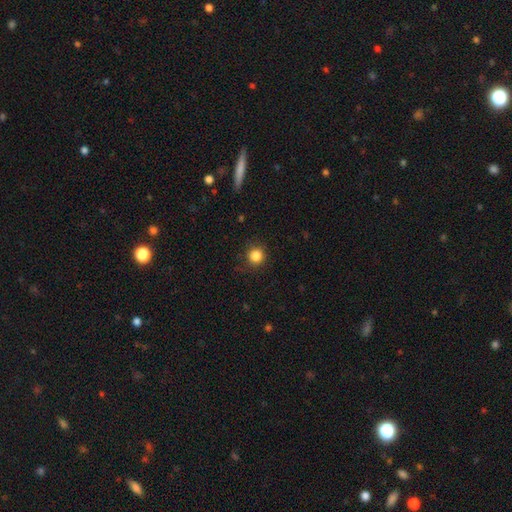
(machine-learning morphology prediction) This appears to be a smooth galaxy with no disk features (85%) that is round (93%). Merging: none (86%).